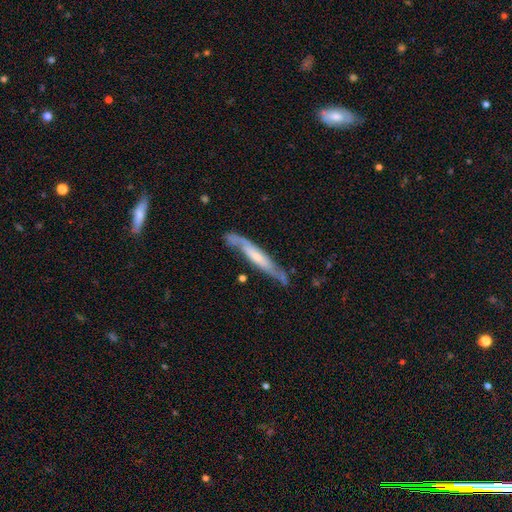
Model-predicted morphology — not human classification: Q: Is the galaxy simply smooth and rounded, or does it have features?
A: featured or disk — 67%.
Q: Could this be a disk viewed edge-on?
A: yes — 67%.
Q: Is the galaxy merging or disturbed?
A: none — 67%.